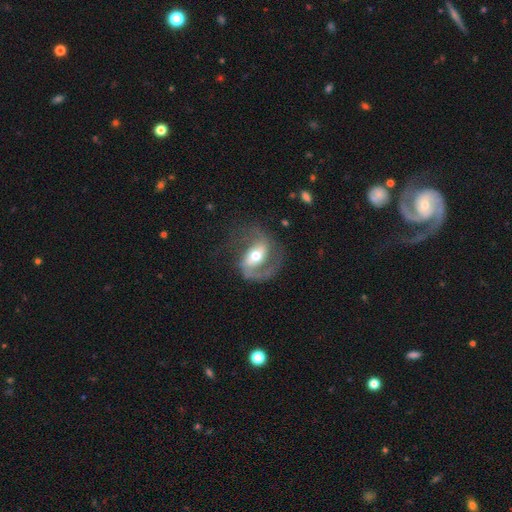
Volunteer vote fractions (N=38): Q: Smooth or featured?
A: featured or disk (92%); runner-up: smooth (8%)
Q: Edge-on disk?
A: no (94%); runner-up: yes (6%)
Q: Bar?
A: strong (45%); runner-up: weak (42%)
Q: Spiral arms?
A: yes (97%); runner-up: no (3%)
Q: Spiral winding?
A: medium (53%); runner-up: tight (28%)
Q: Spiral arm count?
A: 2 (78%); runner-up: 1 (16%)
Q: Bulge size?
A: moderate (61%); runner-up: large (21%)
Q: Merging?
A: none (53%); runner-up: major disturbance (26%)